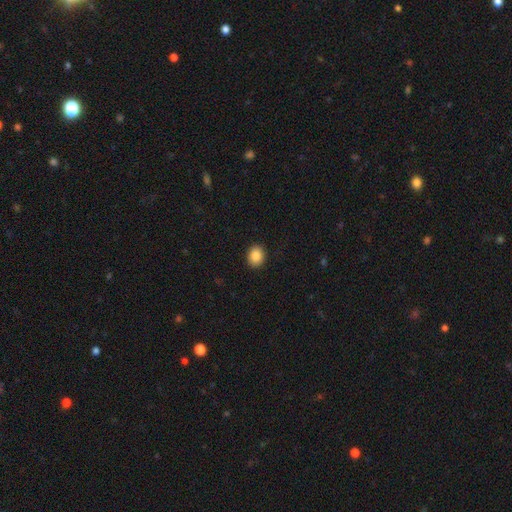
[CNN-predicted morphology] Overall: smooth (86%). How rounded: round (56%; in between 43%). Merging: none (91%).